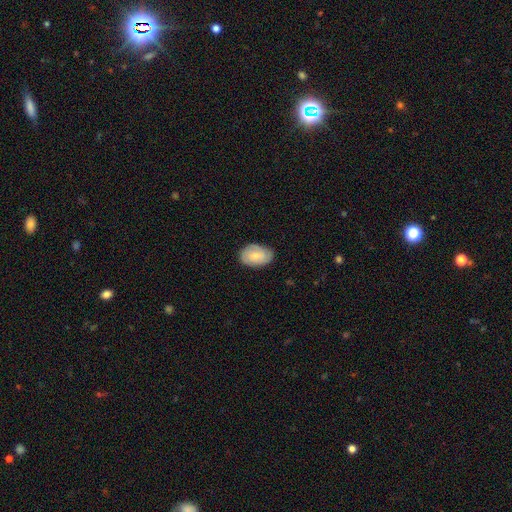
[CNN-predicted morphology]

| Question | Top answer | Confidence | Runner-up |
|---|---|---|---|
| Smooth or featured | smooth | 66% | featured or disk (27%) |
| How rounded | in between | 86% | round (12%) |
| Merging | none | 76% | minor disturbance (19%) |